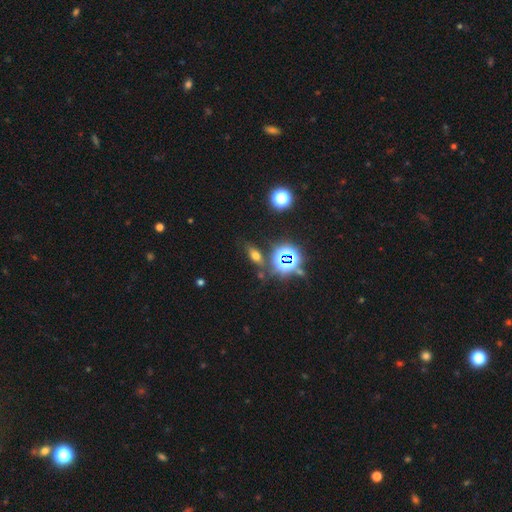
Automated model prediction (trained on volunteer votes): smooth_or_featured: smooth (p=0.54) [alt: star or artifact p=0.33]
how_rounded: in between (p=0.71) [alt: round p=0.16]
merging: none (p=0.77) [alt: minor disturbance p=0.11]